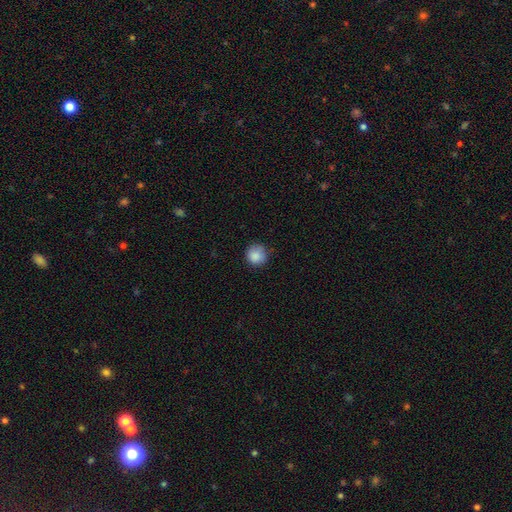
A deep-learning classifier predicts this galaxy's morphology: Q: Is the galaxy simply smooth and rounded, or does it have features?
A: smooth — 86%.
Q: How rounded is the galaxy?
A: round — 89%.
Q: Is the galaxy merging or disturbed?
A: none — 74%.